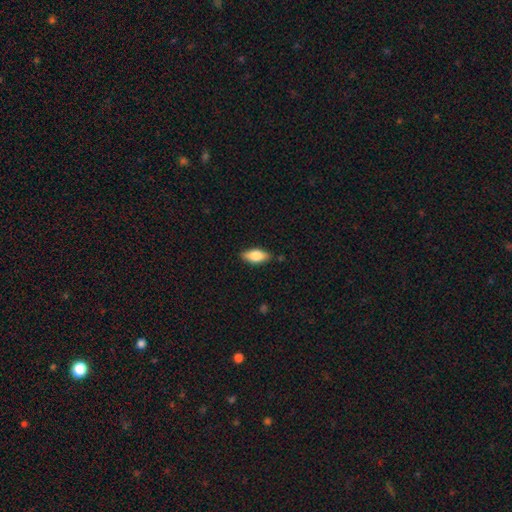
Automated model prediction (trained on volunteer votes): The model was most divided on "smooth or featured": smooth: 78%, featured or disk: 16%, star or artifact: 7%. More confident: how rounded — in between (86%); merging — none (84%).